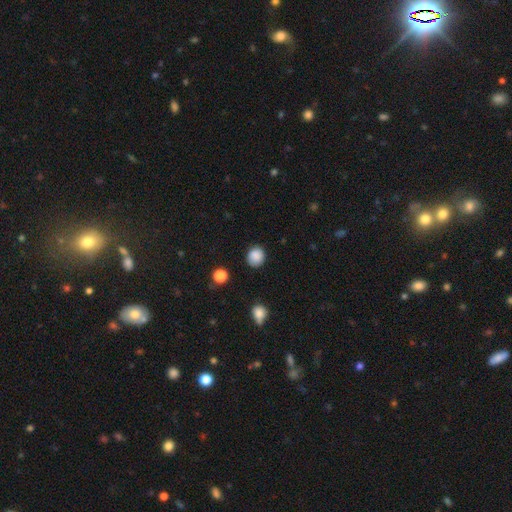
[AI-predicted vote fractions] Smooth or featured? smooth (87%)
How rounded? round (80%)
Merging? none (84%)